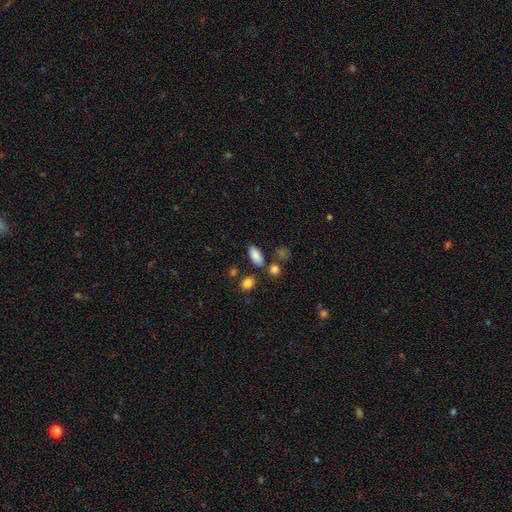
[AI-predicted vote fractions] A smooth galaxy with no disk features (86%) that is in between round and cigar-shaped (90%). Merging: none (76%).